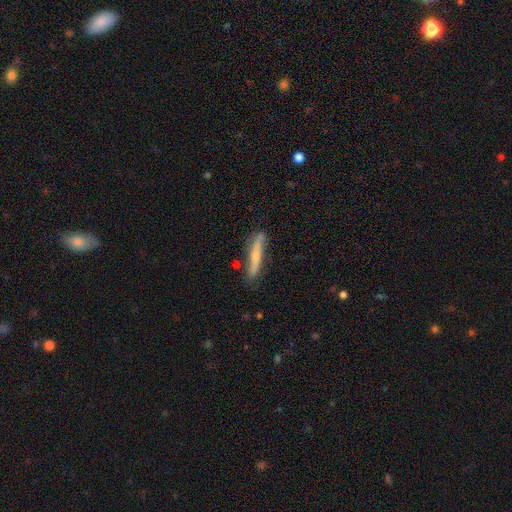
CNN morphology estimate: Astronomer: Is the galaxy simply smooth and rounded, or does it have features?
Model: smooth — 49% (runner-up: featured or disk, 45%).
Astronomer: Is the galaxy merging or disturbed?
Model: none — 75%.